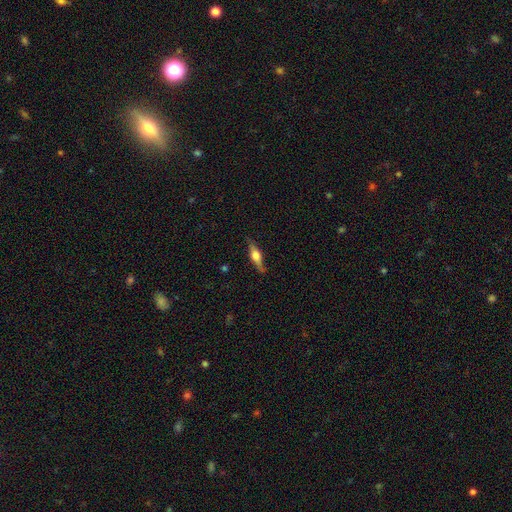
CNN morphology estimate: Smooth or featured? Predicted: featured or disk (p=0.60). Edge-on disk? Predicted: yes (p=0.92). Edge-on bulge? Predicted: rounded (p=0.88). Merging? Predicted: none (p=0.81).